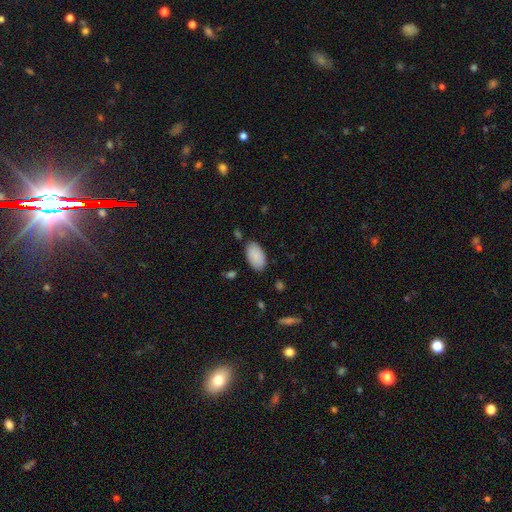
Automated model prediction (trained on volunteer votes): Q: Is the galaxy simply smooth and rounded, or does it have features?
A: smooth — 89%.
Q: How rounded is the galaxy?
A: in between — 96%.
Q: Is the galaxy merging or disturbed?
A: none — 82%.